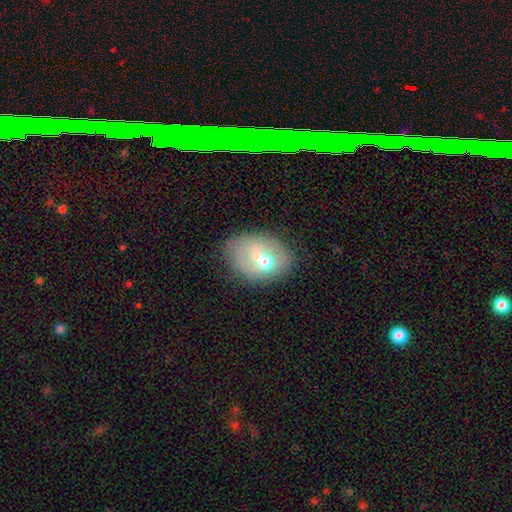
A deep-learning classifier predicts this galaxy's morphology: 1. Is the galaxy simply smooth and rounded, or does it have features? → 46% featured or disk, 44% smooth, 10% star or artifact.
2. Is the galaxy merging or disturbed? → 61% none, 26% minor disturbance, 10% major disturbance, 3% merger.